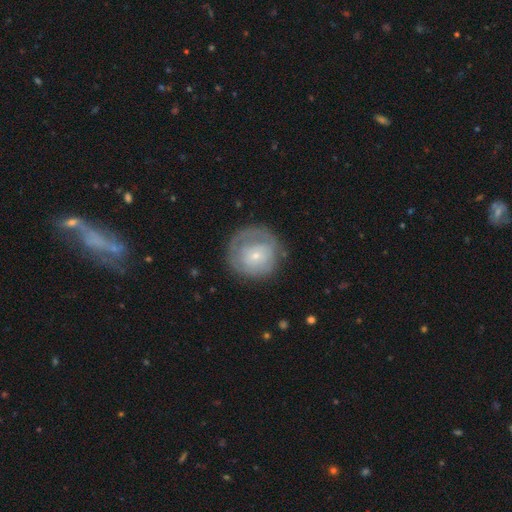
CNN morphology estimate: type=featured or disk (52%); edge-on=no (97%); bar=no (78%); spiral arms=yes (53%); bulge=small (74%); merging=none (62%).